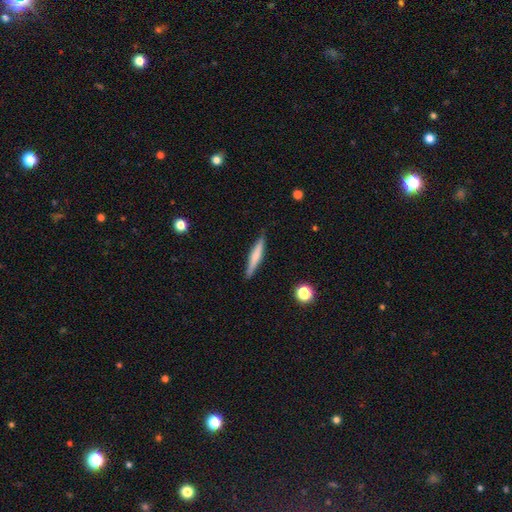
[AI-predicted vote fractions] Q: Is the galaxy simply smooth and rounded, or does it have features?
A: smooth — 55%.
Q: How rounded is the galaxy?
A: cigar-shaped — 93%.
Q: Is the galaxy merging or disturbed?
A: none — 88%.